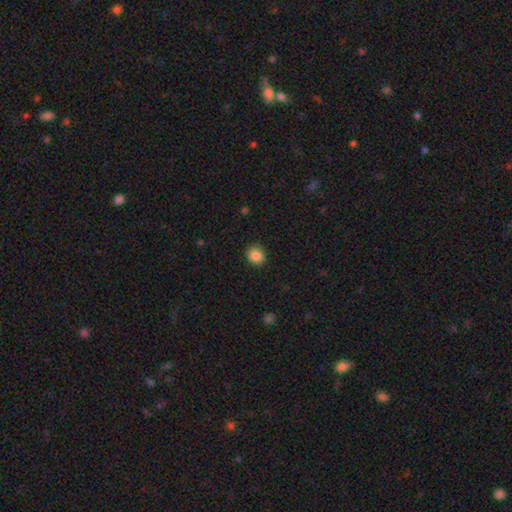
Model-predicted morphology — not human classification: smooth 87%, star or artifact 9%, featured or disk 4%. Down the decision tree: how rounded — round (74%); merging — none (86%).